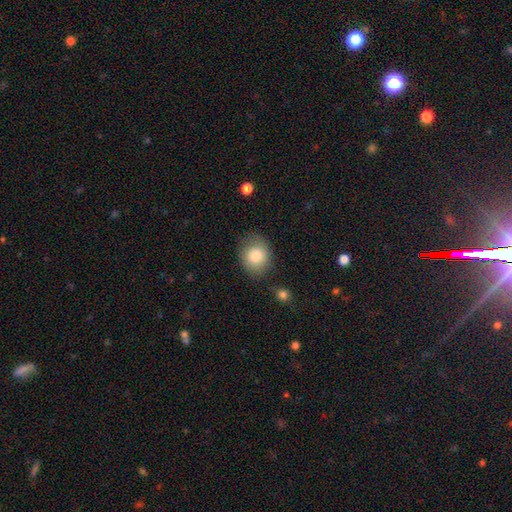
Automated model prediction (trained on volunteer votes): Morphology: type=smooth (81%); roundness=round (65%); merging=none (71%).